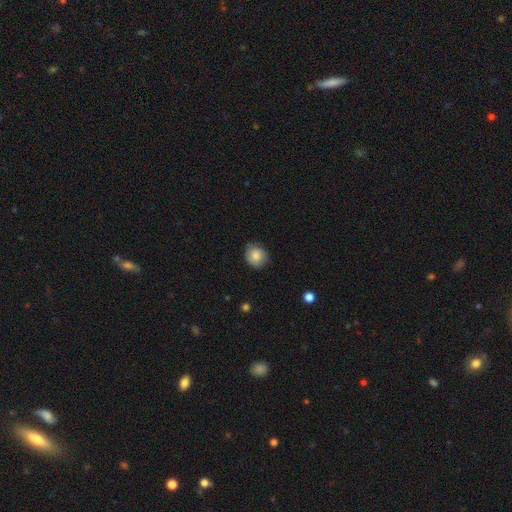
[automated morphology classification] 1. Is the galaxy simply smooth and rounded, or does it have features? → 79% smooth, 13% featured or disk, 8% star or artifact.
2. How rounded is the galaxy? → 77% round, 22% in between, 1% cigar-shaped.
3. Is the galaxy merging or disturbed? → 78% none, 18% minor disturbance, 3% major disturbance, 1% merger.